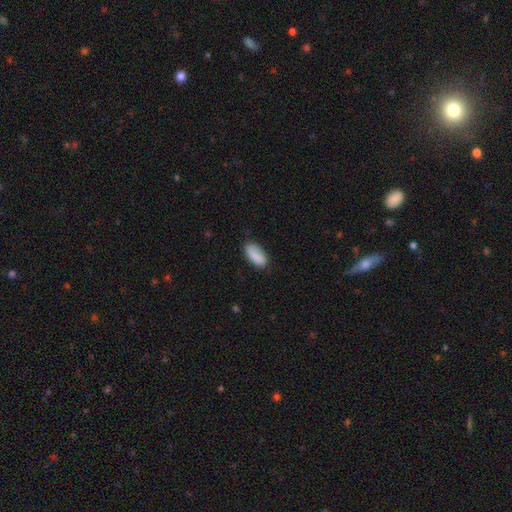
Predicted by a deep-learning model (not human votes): A smooth galaxy with no disk features (86%) that is in between round and cigar-shaped (89%). Merging: none (76%).